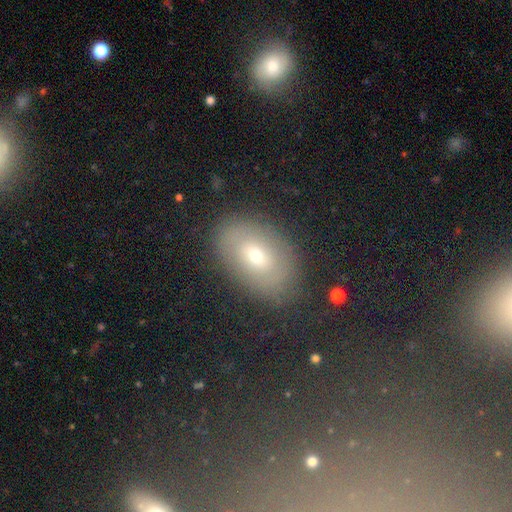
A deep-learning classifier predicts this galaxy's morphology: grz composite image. It shows a smooth galaxy with no disk features (48%). Merging: none (82%).